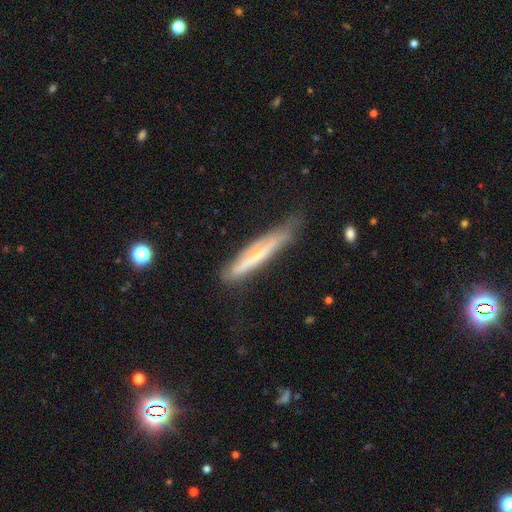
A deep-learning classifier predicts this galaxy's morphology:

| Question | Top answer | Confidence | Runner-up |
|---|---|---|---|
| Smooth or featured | featured or disk | 60% | smooth (33%) |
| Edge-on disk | yes | 78% | no (22%) |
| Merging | none | 62% | minor disturbance (28%) |